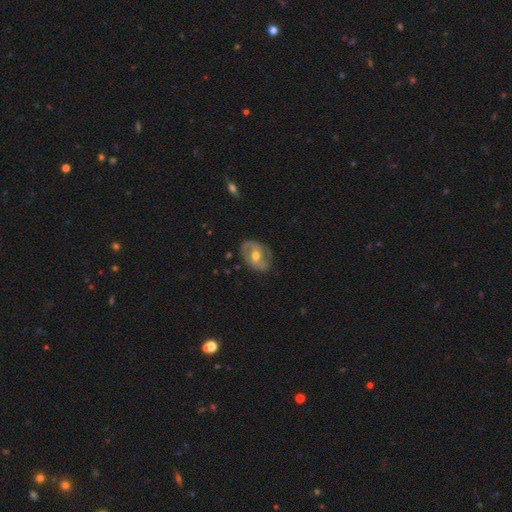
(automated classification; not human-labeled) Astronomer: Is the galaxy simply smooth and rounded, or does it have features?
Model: featured or disk — 71%.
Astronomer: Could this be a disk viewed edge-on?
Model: no — 96%.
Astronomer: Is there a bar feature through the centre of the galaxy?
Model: weak — 41% (runner-up: no, 40%).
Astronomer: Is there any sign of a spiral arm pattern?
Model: yes — 77%.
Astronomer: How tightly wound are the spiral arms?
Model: medium — 45% (runner-up: tight, 29%).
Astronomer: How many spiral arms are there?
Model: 2 — 83%.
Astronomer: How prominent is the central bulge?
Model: moderate — 74%.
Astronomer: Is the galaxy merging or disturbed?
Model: none — 78%.